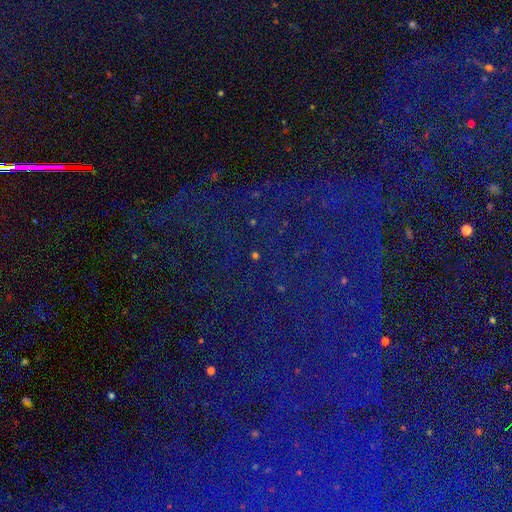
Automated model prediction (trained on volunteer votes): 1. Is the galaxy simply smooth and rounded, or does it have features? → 80% star or artifact, 12% smooth, 8% featured or disk.